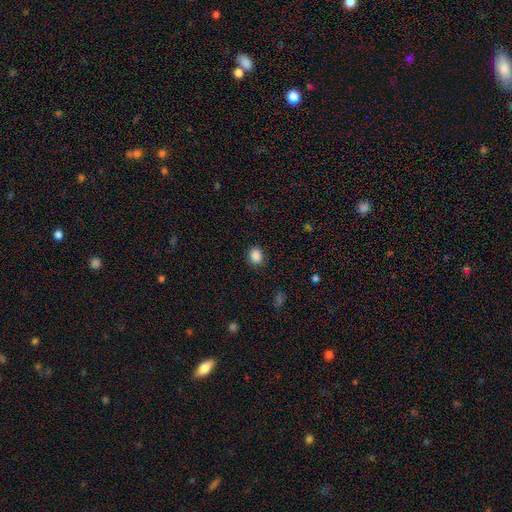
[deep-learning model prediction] This is clearly a smooth galaxy (87%). How rounded: possibly round (58%). Merging: clearly none (86%).